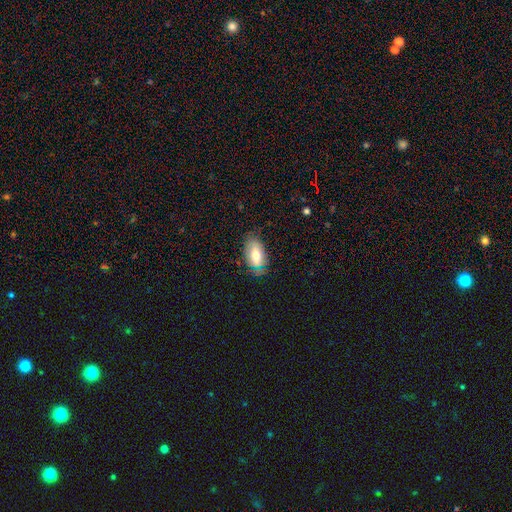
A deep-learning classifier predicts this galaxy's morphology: Overall: smooth (67%). How rounded: in between (91%). Merging: none (73%).